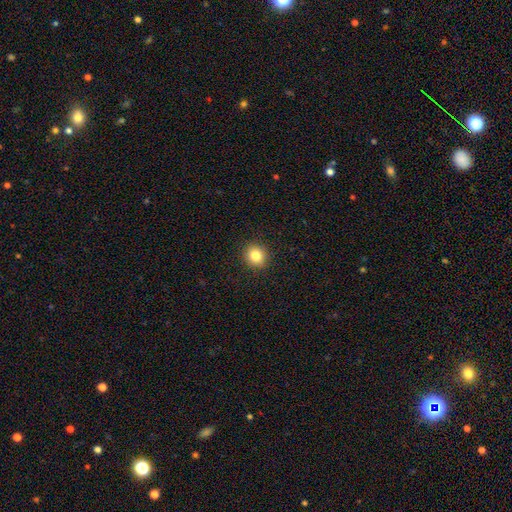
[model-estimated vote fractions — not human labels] Q: Smooth or featured?
A: smooth (83%); runner-up: star or artifact (11%)
Q: How rounded?
A: round (86%); runner-up: in between (13%)
Q: Merging?
A: none (92%); runner-up: minor disturbance (5%)